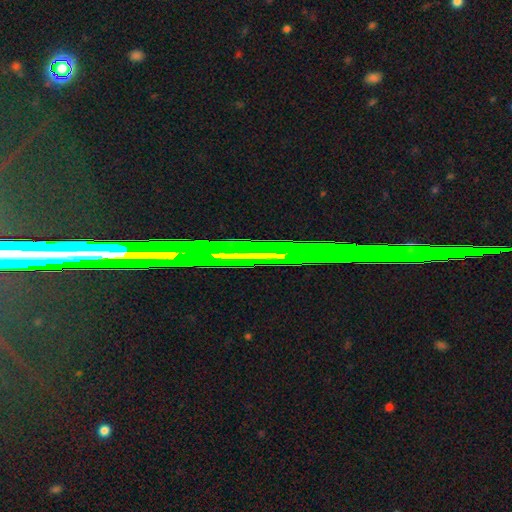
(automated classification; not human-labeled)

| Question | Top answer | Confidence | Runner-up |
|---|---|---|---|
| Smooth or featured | star or artifact | 76% | featured or disk (15%) |